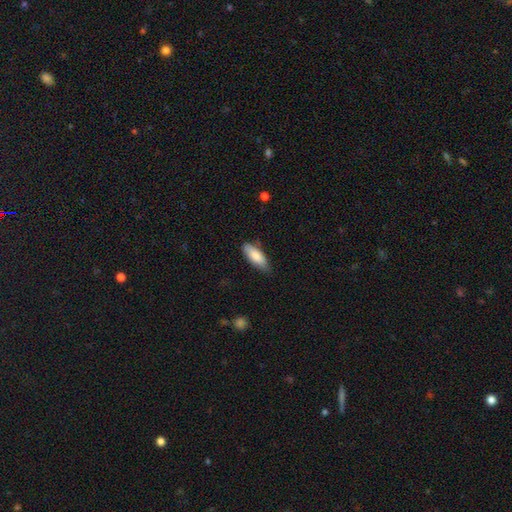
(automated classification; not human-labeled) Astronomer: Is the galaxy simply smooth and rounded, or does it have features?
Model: smooth — 83%.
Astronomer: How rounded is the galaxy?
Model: in between — 75%.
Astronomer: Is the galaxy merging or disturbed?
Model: none — 72%.